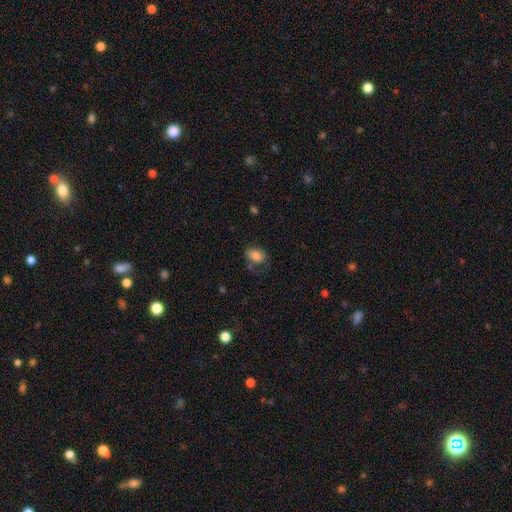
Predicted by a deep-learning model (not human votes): This is clearly a smooth galaxy (81%). How rounded: likely in between (79%). Merging: likely none (62%).